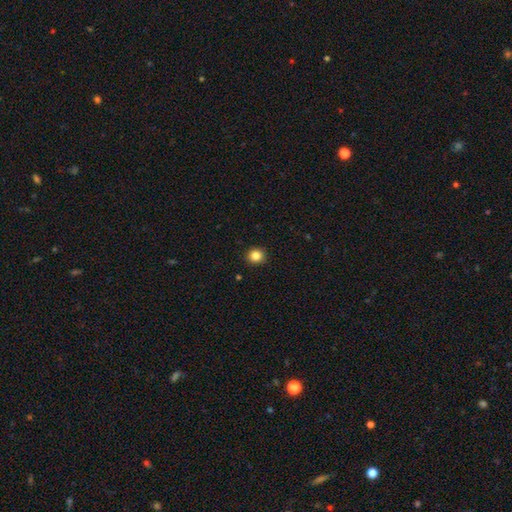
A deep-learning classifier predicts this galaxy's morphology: This is clearly a smooth galaxy (84%). How rounded: clearly round (88%). Merging: clearly none (92%).